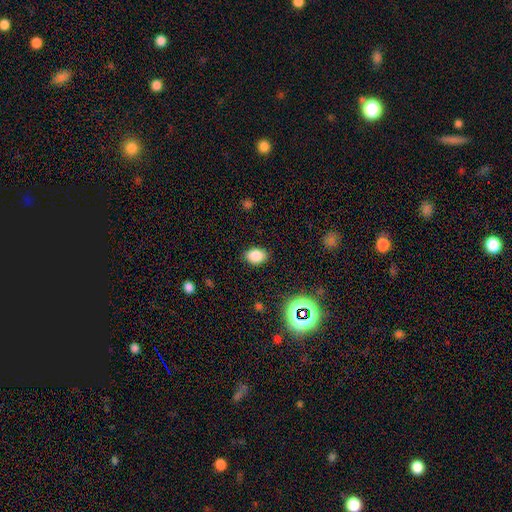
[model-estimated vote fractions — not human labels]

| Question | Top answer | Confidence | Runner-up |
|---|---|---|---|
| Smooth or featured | smooth | 82% | star or artifact (12%) |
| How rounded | in between | 81% | round (18%) |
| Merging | none | 85% | minor disturbance (11%) |